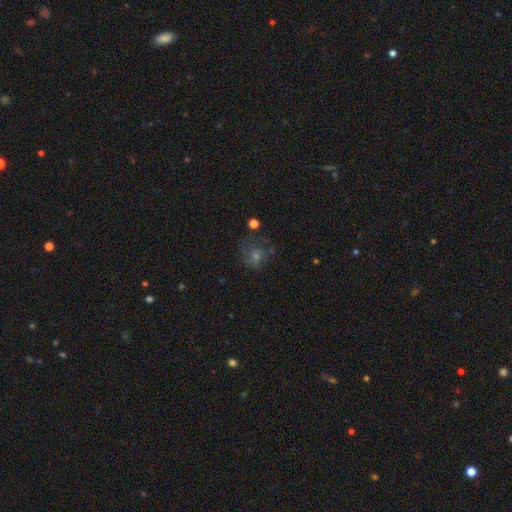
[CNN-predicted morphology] Q: Smooth or featured?
A: featured or disk (37%); runner-up: smooth (35%)
Q: Merging?
A: none (61%); runner-up: minor disturbance (19%)